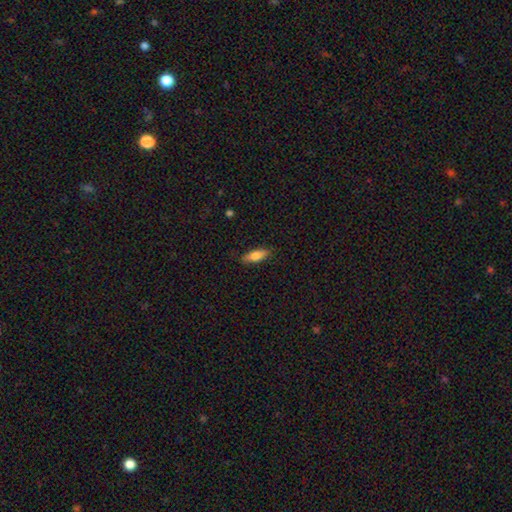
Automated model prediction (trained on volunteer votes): Smooth or featured? smooth (73%)
How rounded? in between (58%)
Merging? none (87%)